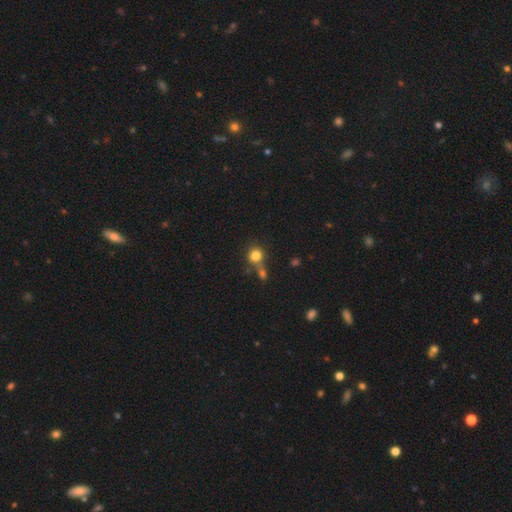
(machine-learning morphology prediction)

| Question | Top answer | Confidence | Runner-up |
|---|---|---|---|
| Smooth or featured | smooth | 80% | star or artifact (12%) |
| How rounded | round | 85% | in between (13%) |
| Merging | none | 50% | merger (33%) |